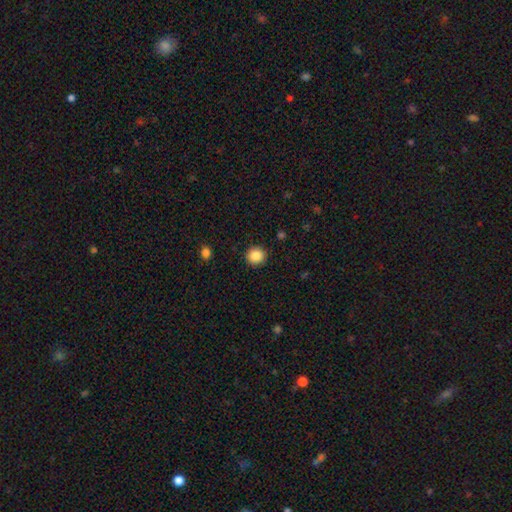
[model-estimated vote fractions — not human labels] Overall: smooth (86%). How rounded: round (93%). Merging: none (92%).